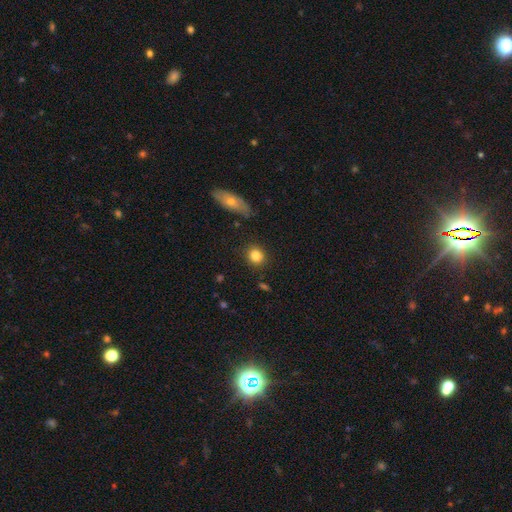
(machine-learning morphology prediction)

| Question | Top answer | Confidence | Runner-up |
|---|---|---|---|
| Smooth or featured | smooth | 84% | star or artifact (9%) |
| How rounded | round | 77% | in between (21%) |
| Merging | none | 86% | minor disturbance (9%) |